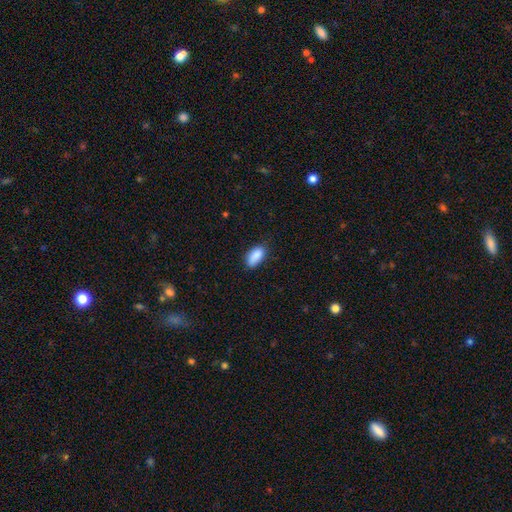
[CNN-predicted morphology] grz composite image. It shows a smooth galaxy with no disk features (89%) that is in between round and cigar-shaped (92%). Merging: none (78%).